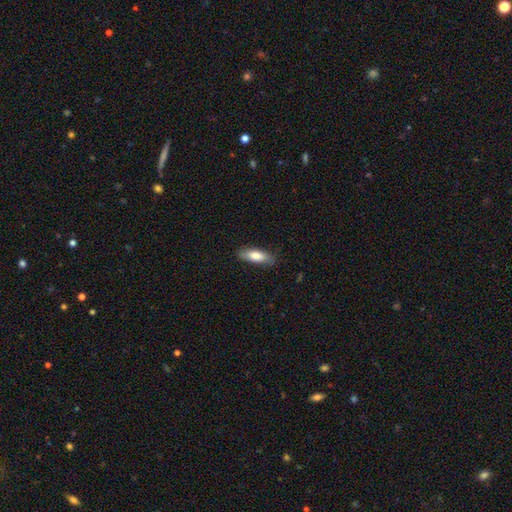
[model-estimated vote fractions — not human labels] A smooth galaxy with no disk features (78%) that is in between round and cigar-shaped (59%).

Vote fractions:
- Smooth or featured? smooth: 78% / featured or disk: 16% / star or artifact: 6%
- How rounded? in between: 59% / cigar-shaped: 39% / round: 2%
- Merging? none: 82% / minor disturbance: 14% / major disturbance: 3% / merger: 1%